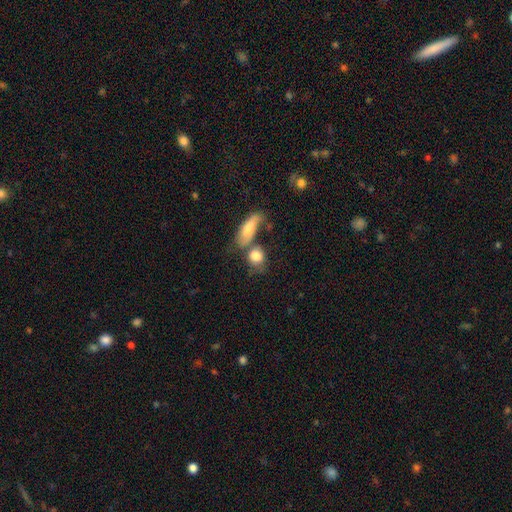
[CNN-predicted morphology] A smooth galaxy with no disk features (80%) that is round (56%).

Vote fractions:
- Smooth or featured? smooth: 80% / featured or disk: 12% / star or artifact: 8%
- How rounded? round: 56% / in between: 39% / cigar-shaped: 5%
- Merging? merger: 39% / none: 38% / minor disturbance: 15% / major disturbance: 9%